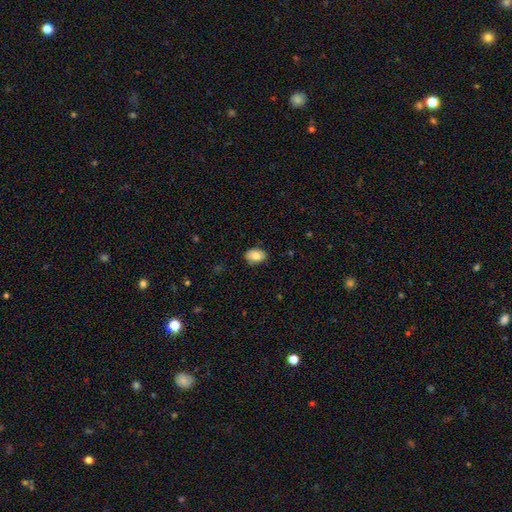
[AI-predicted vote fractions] Morphology: type=smooth (81%); roundness=in between (82%); merging=none (83%).